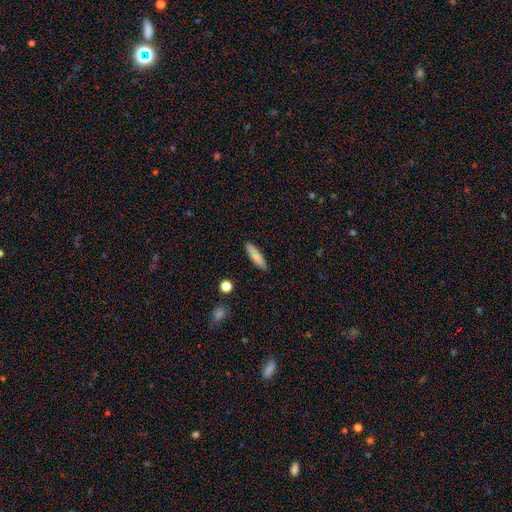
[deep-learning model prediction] Q: Smooth or featured?
A: smooth (78%); runner-up: featured or disk (14%)
Q: How rounded?
A: cigar-shaped (67%); runner-up: in between (30%)
Q: Merging?
A: none (82%); runner-up: minor disturbance (11%)